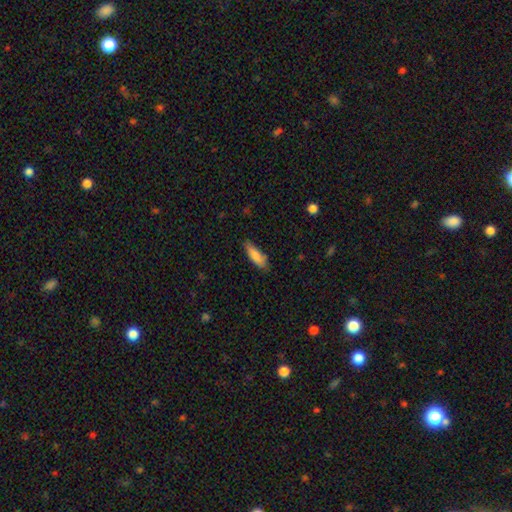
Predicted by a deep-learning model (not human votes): Smooth or featured?
  - smooth: 83% *
  - featured or disk: 11%
  - star or artifact: 6%
How rounded?
  - cigar-shaped: 51% *
  - in between: 48%
  - round: 2%
Merging?
  - none: 81% *
  - minor disturbance: 15%
  - major disturbance: 3%
  - merger: 1%